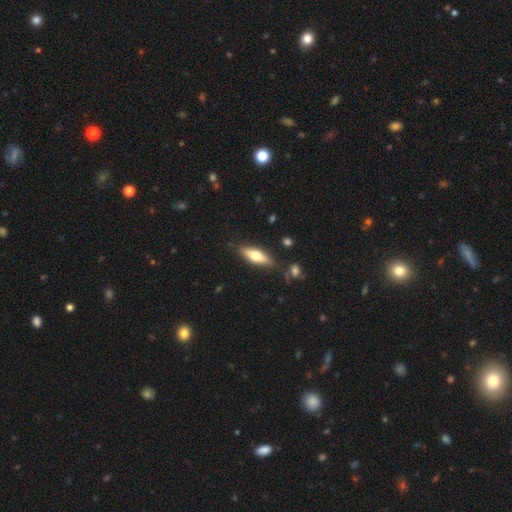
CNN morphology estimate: smooth-or-featured: smooth: 52% | featured or disk: 42% | star or artifact: 6%
  how-rounded: cigar-shaped: 52% | in between: 46% | round: 2%
  merging: none: 83% | minor disturbance: 11% | merger: 3% | major disturbance: 3%